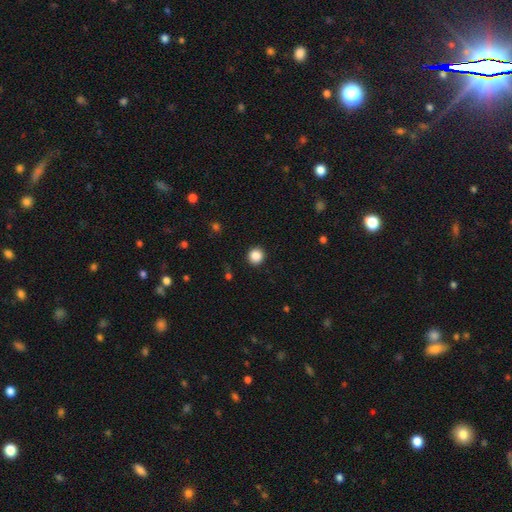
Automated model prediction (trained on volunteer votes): Q: Smooth or featured?
A: smooth (87%); runner-up: star or artifact (10%)
Q: How rounded?
A: round (94%); runner-up: in between (5%)
Q: Merging?
A: none (93%); runner-up: minor disturbance (5%)